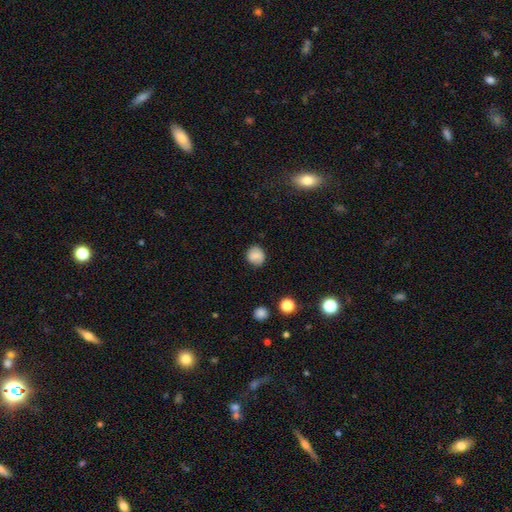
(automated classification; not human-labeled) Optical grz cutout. It shows a smooth galaxy with no disk features (79%) that is round (83%). Merging: none (84%).